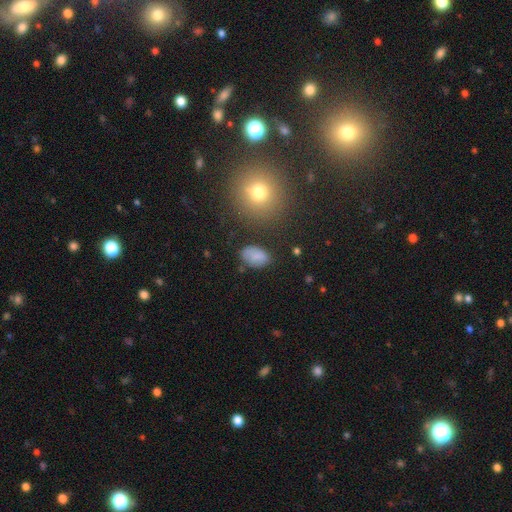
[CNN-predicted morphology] Smooth or featured? smooth (79%)
How rounded? in between (89%)
Merging? none (74%)